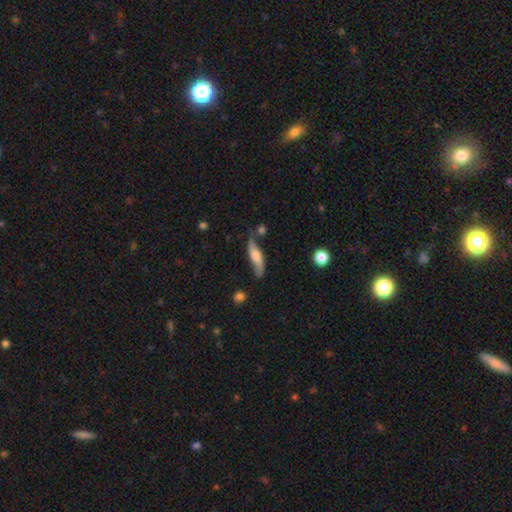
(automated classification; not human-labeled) Overall: featured or disk (59%; smooth 34%). Edge-on disk: no (64%; yes 36%). Merging: none (57%; minor disturbance 25%).